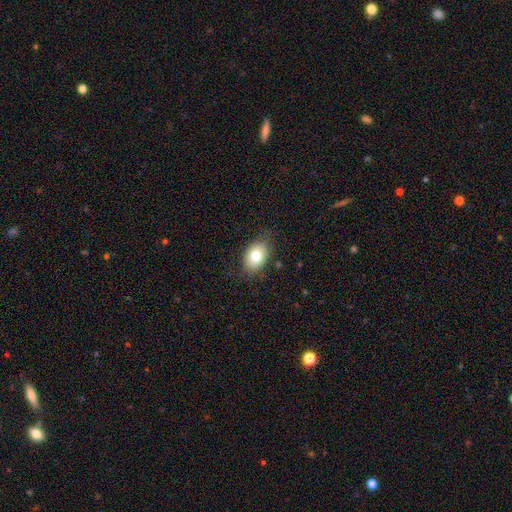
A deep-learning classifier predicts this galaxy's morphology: Smooth or featured: smooth — 78% (featured or disk — 14%)
How rounded: in between — 82% (round — 17%)
Merging: none — 81% (minor disturbance — 14%)